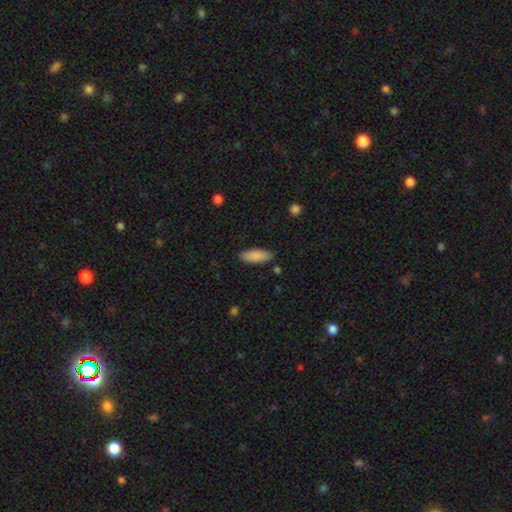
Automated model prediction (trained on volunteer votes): The model was most divided on "how rounded": in between: 71%, cigar-shaped: 27%, round: 2%. More confident: smooth or featured — smooth (88%); merging — none (87%).